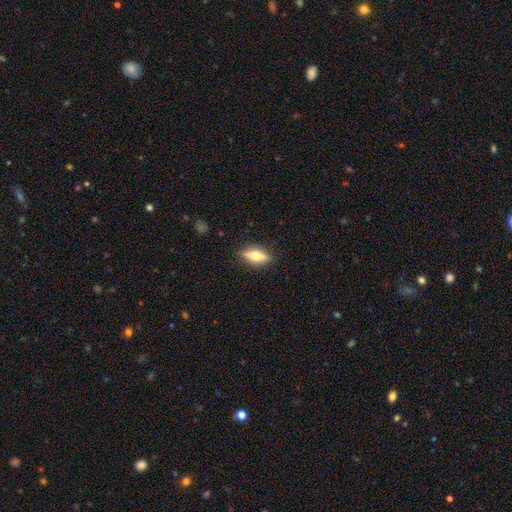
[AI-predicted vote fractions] A featured or disk galaxy (47%). Merging: none (87%).